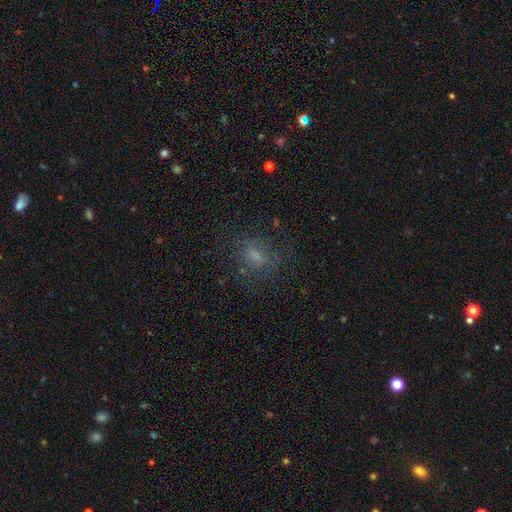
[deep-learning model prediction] Smooth or featured?
  - smooth: 55% *
  - featured or disk: 25%
  - star or artifact: 21%
How rounded?
  - in between: 62% *
  - round: 30%
  - cigar-shaped: 9%
Merging?
  - none: 70% *
  - minor disturbance: 15%
  - major disturbance: 13%
  - merger: 2%